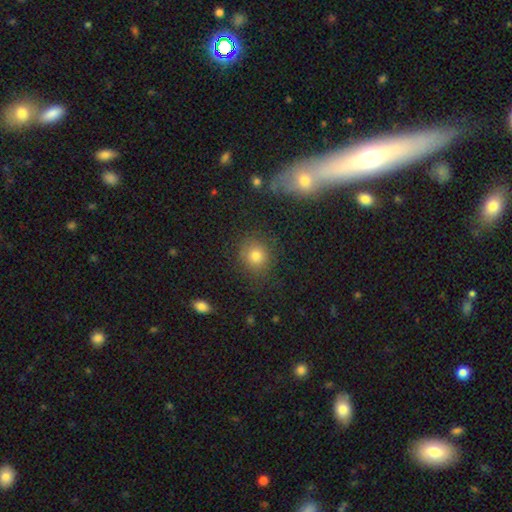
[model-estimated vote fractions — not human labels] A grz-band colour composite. It shows a smooth galaxy with no disk features (74%) that is round (82%). Merging: none (81%).